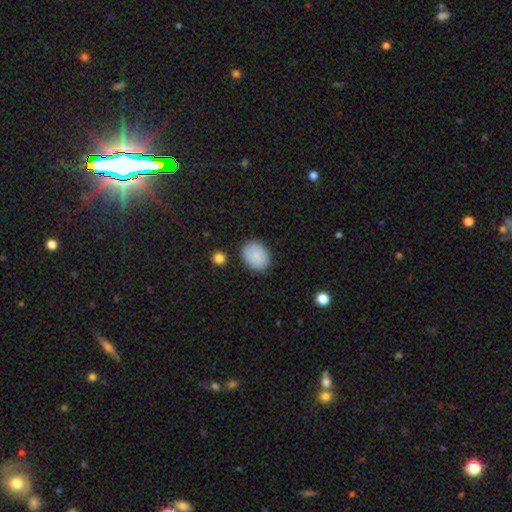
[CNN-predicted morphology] The model was most divided on "how rounded": in between: 59%, round: 40%, cigar-shaped: 1%. More confident: smooth or featured — smooth (88%); merging — none (84%).